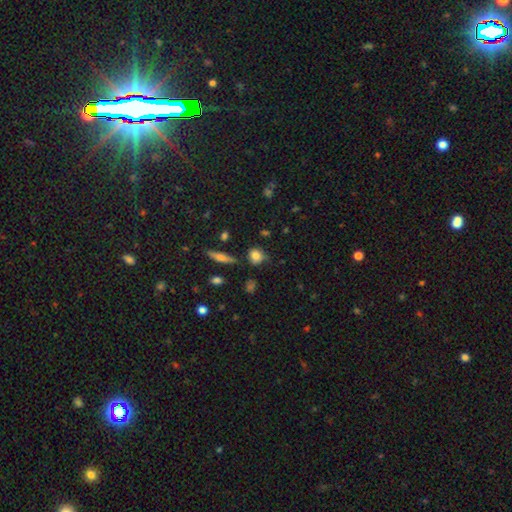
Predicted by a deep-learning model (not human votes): smooth_or_featured: smooth (p=0.79) [alt: star or artifact p=0.10]
how_rounded: round (p=0.71) [alt: in between p=0.26]
merging: none (p=0.65) [alt: minor disturbance p=0.24]